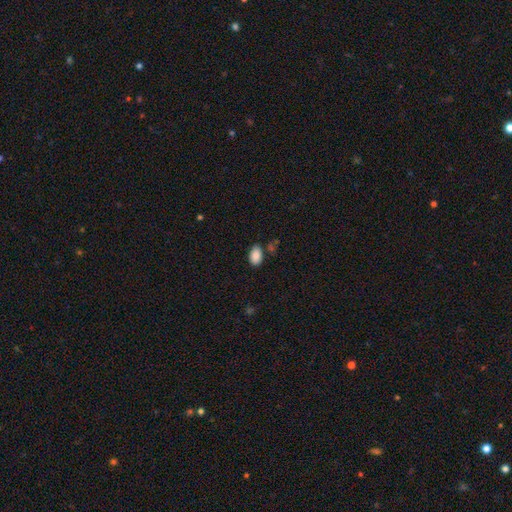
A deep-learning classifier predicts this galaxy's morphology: Overall: smooth (88%). How rounded: in between (91%). Merging: none (74%).